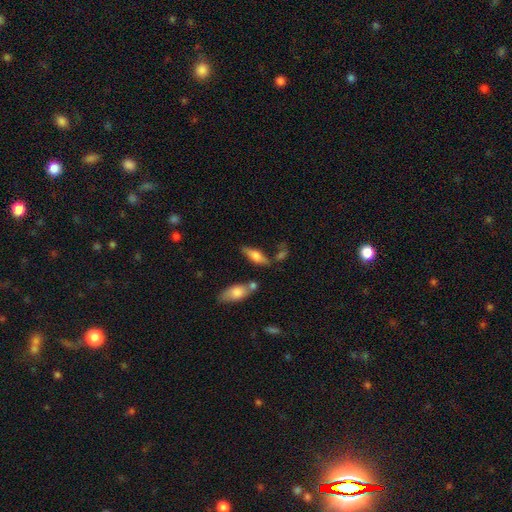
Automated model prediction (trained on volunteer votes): smooth_or_featured: smooth (p=0.51) [alt: featured or disk p=0.41]
how_rounded: in between (p=0.55) [alt: cigar-shaped p=0.42]
merging: none (p=0.66) [alt: minor disturbance p=0.16]